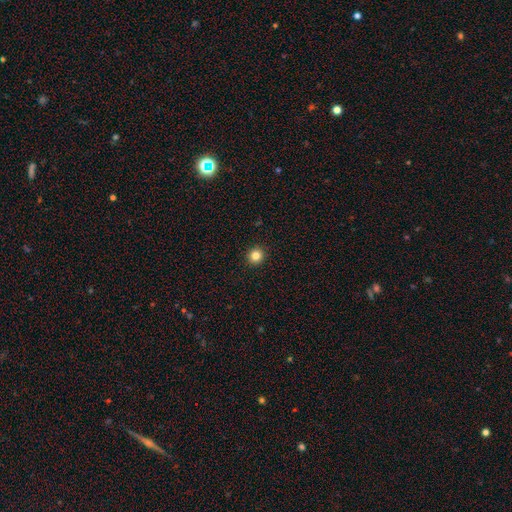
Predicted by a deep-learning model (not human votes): Overall: smooth (83%). How rounded: round (94%). Merging: none (94%).